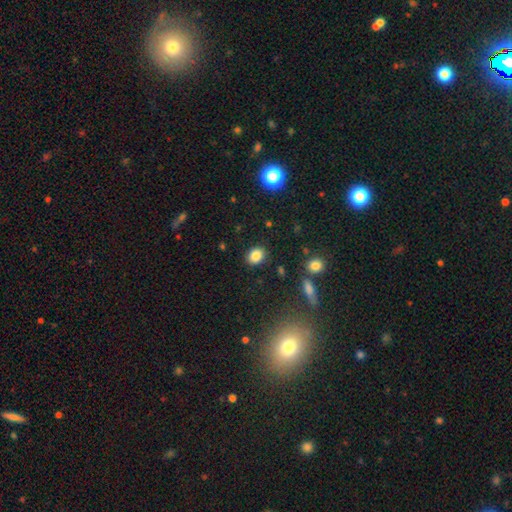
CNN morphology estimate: The model was most divided on "how rounded": in between: 51%, round: 48%, cigar-shaped: 1%. More confident: merging — none (87%); smooth or featured — smooth (84%).